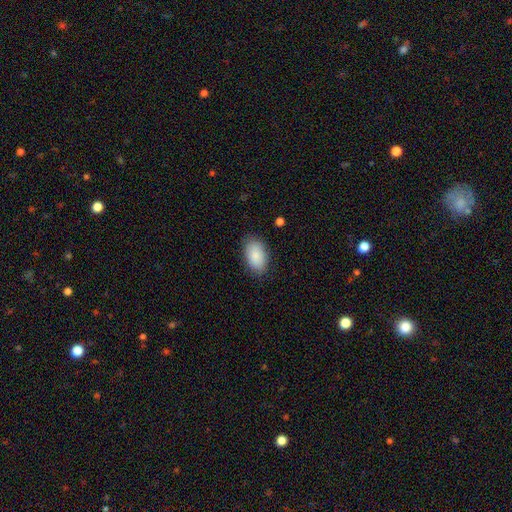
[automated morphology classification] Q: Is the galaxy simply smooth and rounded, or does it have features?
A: smooth — 86%.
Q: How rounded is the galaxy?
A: in between — 93%.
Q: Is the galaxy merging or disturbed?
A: none — 83%.